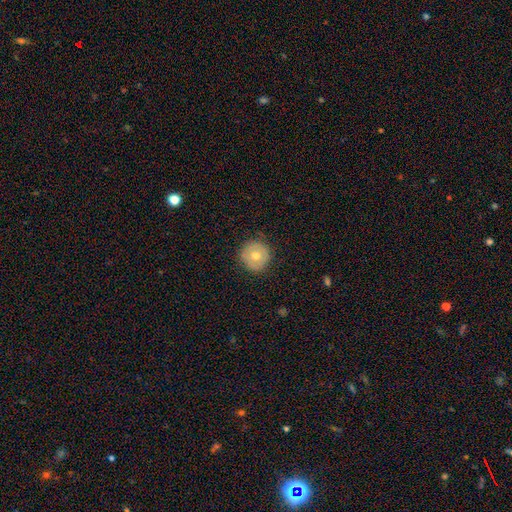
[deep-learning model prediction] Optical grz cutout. It shows a smooth galaxy with no disk features (60%) that is round (95%). Merging: none (87%).